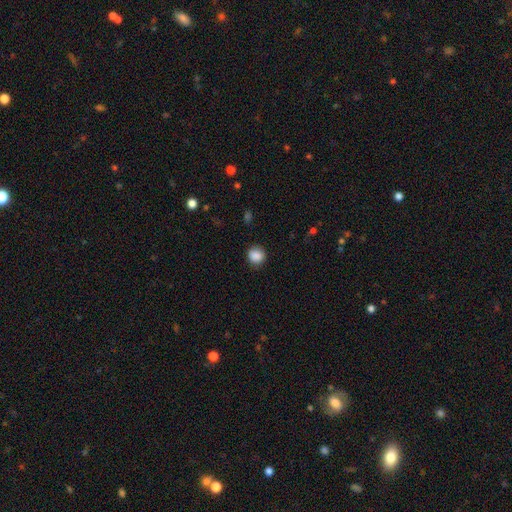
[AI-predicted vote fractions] Q: Smooth or featured?
A: smooth (88%); runner-up: star or artifact (9%)
Q: How rounded?
A: round (88%); runner-up: in between (11%)
Q: Merging?
A: none (88%); runner-up: minor disturbance (9%)